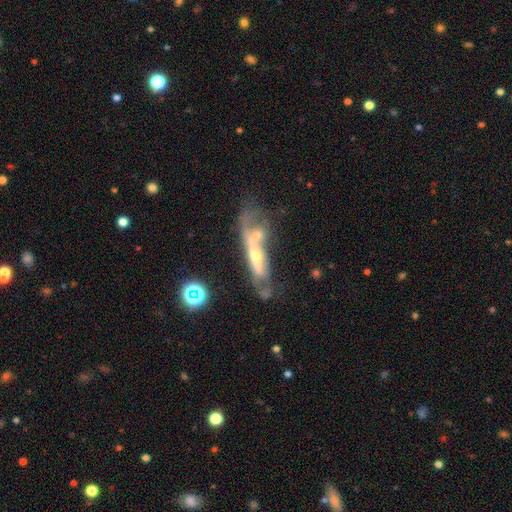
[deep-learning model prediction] smooth-or-featured: featured or disk: 65% | smooth: 24% | star or artifact: 11%
  disk-edge-on: no: 51% | yes: 49%
  merging: merger: 38% | none: 26% | major disturbance: 20% | minor disturbance: 16%